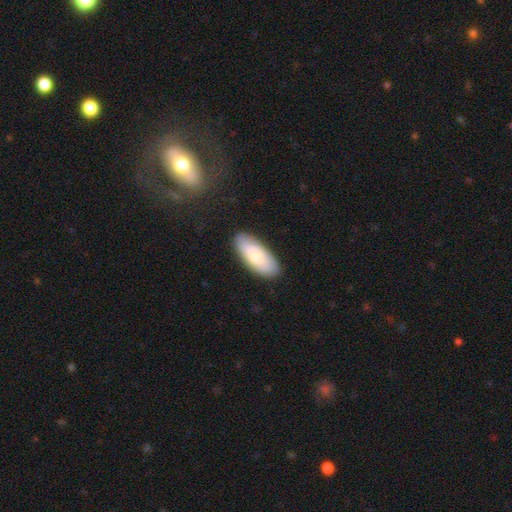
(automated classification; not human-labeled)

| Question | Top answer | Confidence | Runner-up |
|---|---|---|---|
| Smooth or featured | smooth | 76% | featured or disk (19%) |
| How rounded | in between | 85% | cigar-shaped (13%) |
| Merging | none | 86% | minor disturbance (10%) |